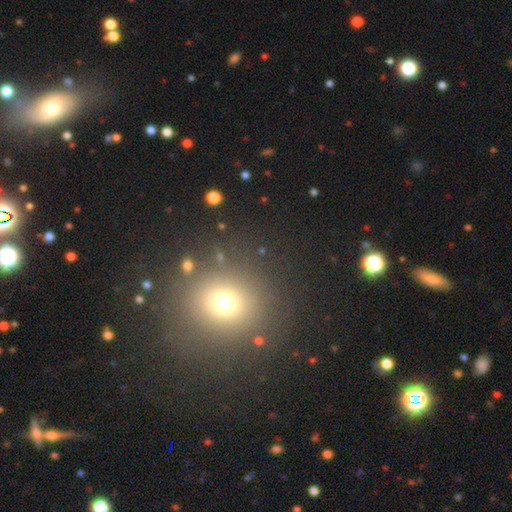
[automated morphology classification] Smooth or featured?
  - smooth: 58% *
  - star or artifact: 33%
  - featured or disk: 10%
How rounded?
  - round: 87% *
  - in between: 12%
  - cigar-shaped: 1%
Merging?
  - none: 88% *
  - minor disturbance: 6%
  - major disturbance: 3%
  - merger: 2%